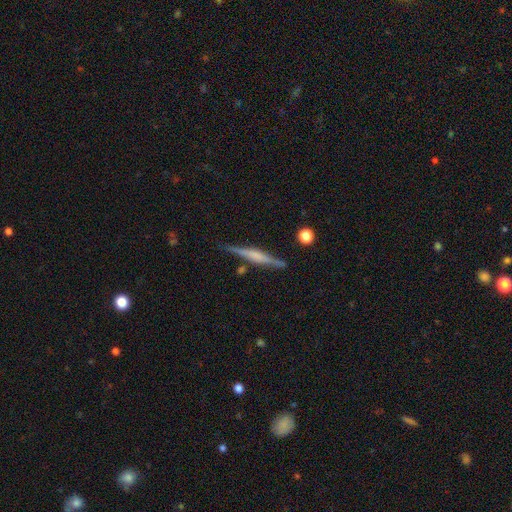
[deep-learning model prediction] Smooth or featured: featured or disk — 70% (smooth — 24%)
Edge-on disk: yes — 98% (no — 2%)
Edge-on bulge: rounded — 47% (boxy — 34%)
Merging: none — 86% (minor disturbance — 10%)